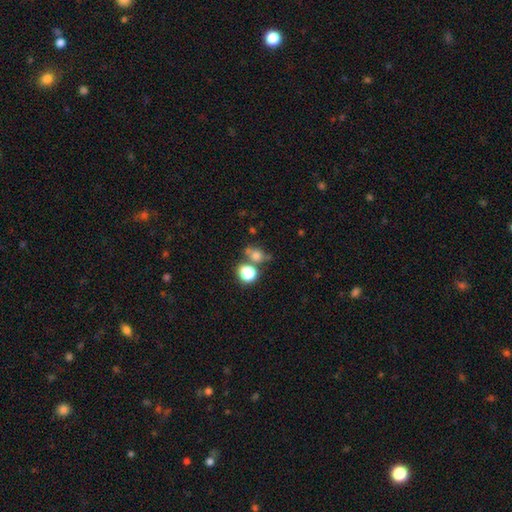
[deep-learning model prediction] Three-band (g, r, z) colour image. It shows a smooth galaxy with no disk features (71%) that is round (74%). Merging: none (53%).